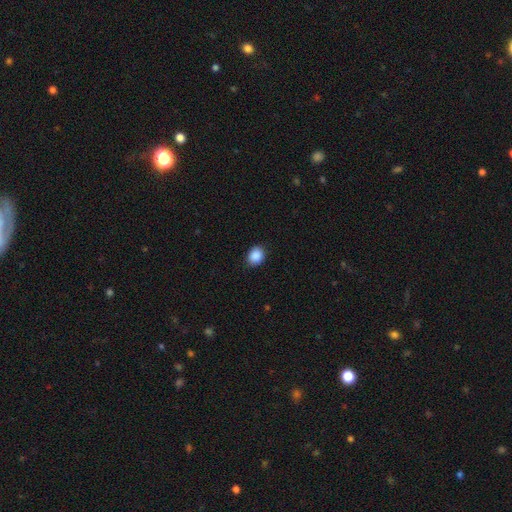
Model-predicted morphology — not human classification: smooth-or-featured: smooth: 89% | star or artifact: 8% | featured or disk: 3%
  how-rounded: round: 54% | in between: 45% | cigar-shaped: 1%
  merging: none: 86% | minor disturbance: 11% | major disturbance: 2% | merger: 1%